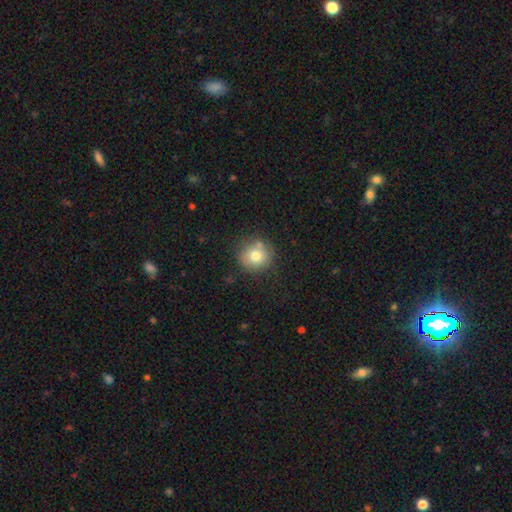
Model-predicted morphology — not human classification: Smooth or featured: smooth — 76% (featured or disk — 13%)
How rounded: round — 89% (in between — 10%)
Merging: none — 76% (minor disturbance — 13%)